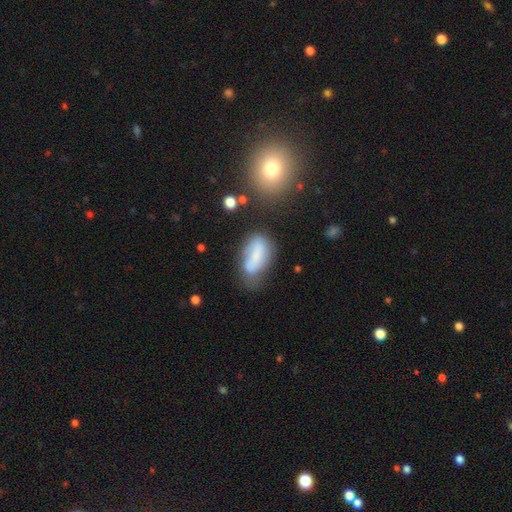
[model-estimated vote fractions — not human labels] Smooth or featured?
  - smooth: 63% *
  - featured or disk: 28%
  - star or artifact: 9%
How rounded?
  - in between: 84% *
  - cigar-shaped: 12%
  - round: 5%
Merging?
  - none: 45% *
  - minor disturbance: 30%
  - major disturbance: 16%
  - merger: 10%